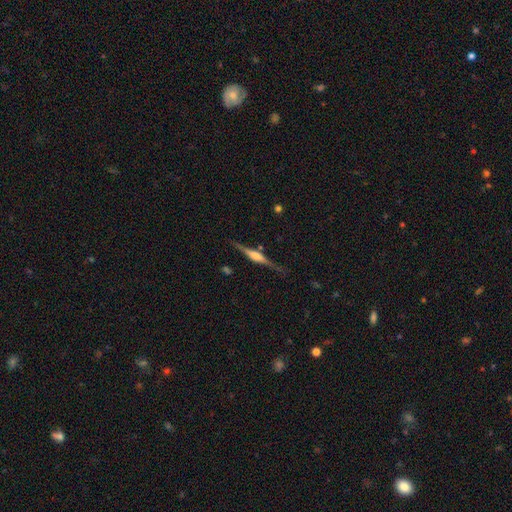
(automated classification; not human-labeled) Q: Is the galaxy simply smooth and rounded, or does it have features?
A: featured or disk — 81%.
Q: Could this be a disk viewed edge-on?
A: yes — 98%.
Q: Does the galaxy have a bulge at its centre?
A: rounded — 70%.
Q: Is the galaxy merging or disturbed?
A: none — 86%.